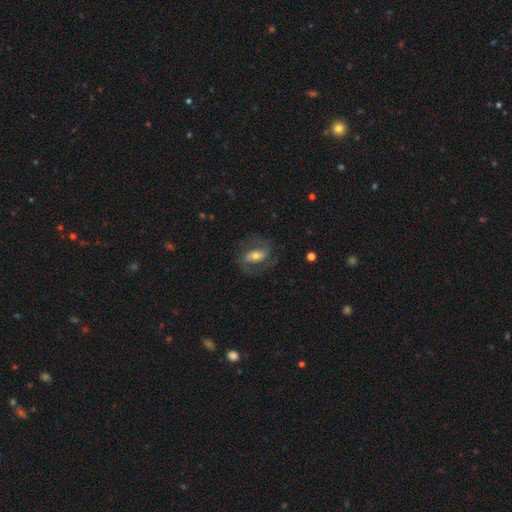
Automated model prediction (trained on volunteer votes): A featured or disk galaxy (73%) with a weak bar (36%), 2 (89%) medium (54%) spiral arms (88%) and a moderate central bulge (58%). Merging: none (74%).